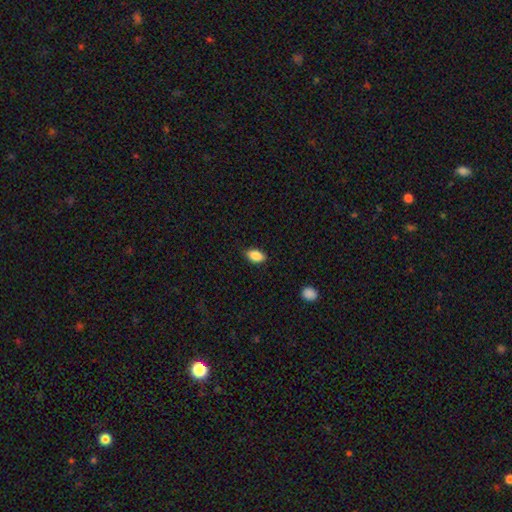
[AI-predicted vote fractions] Smooth or featured? smooth (88%)
How rounded? in between (92%)
Merging? none (86%)